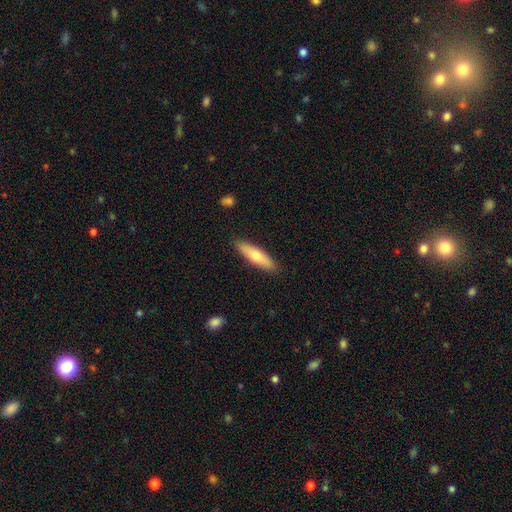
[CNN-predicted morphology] Smooth or featured? smooth (66%)
How rounded? cigar-shaped (63%)
Merging? none (89%)